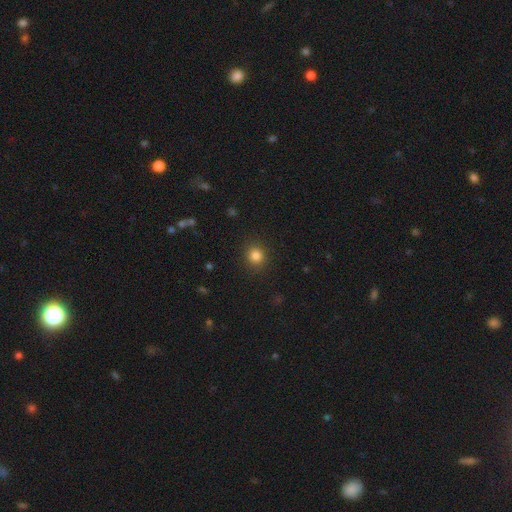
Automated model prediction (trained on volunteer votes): Overall: smooth (83%). How rounded: round (86%). Merging: none (90%).